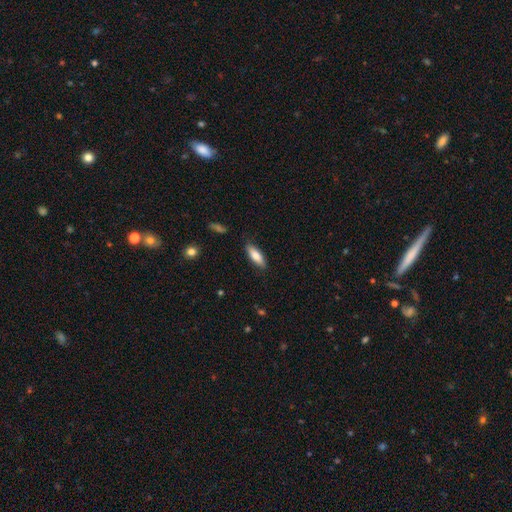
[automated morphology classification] type=smooth (77%); roundness=in between (54%); merging=none (85%).